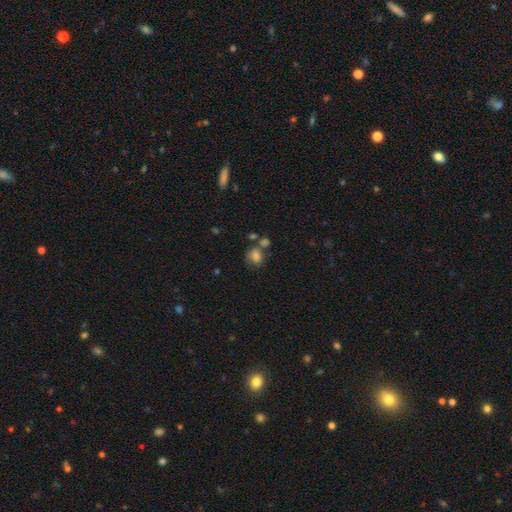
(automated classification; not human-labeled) This is likely a smooth galaxy (73%). How rounded: possibly in between (51%). Merging: marginally none (42%).